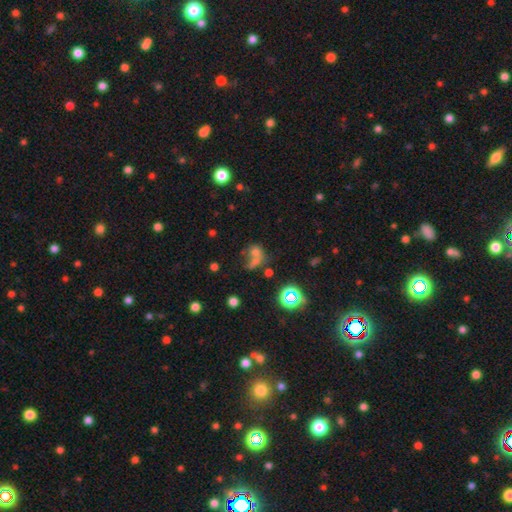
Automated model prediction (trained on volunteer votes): The model was most divided on "merging": merger: 42%, none: 31%, major disturbance: 16%, minor disturbance: 11%. More confident: how rounded — round (58%); smooth or featured — smooth (54%).